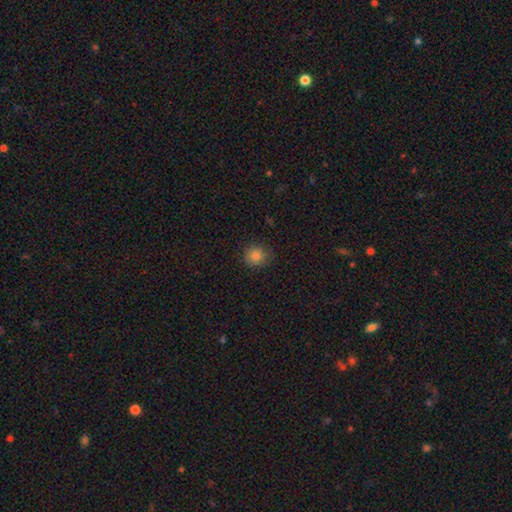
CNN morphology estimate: type=smooth (81%); roundness=round (90%); merging=none (86%).